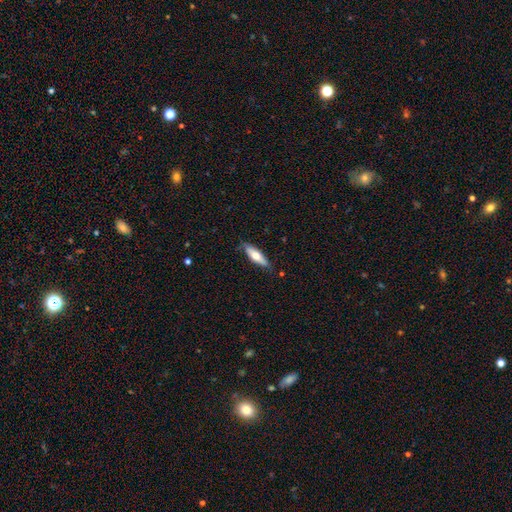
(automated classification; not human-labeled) Smooth or featured? smooth (57%)
How rounded? cigar-shaped (57%)
Merging? none (81%)